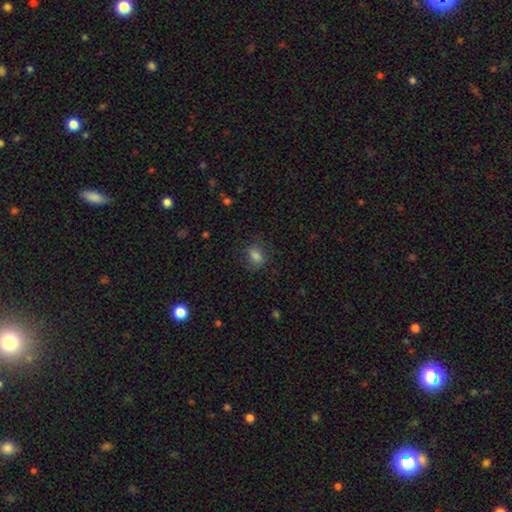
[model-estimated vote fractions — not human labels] Morphology: type=smooth (80%); roundness=in between (72%); merging=none (74%).